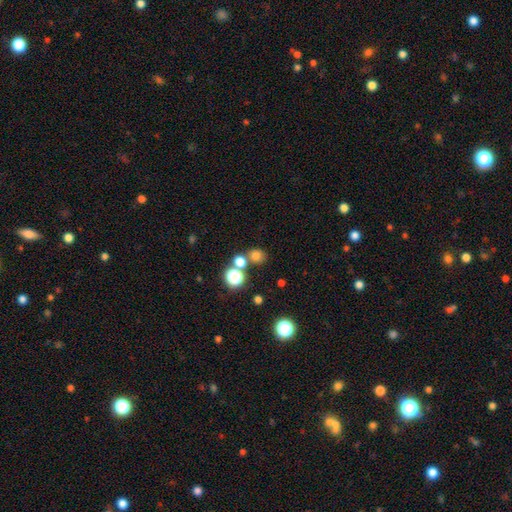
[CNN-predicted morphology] Overall: smooth (72%). How rounded: round (79%). Merging: none (68%).